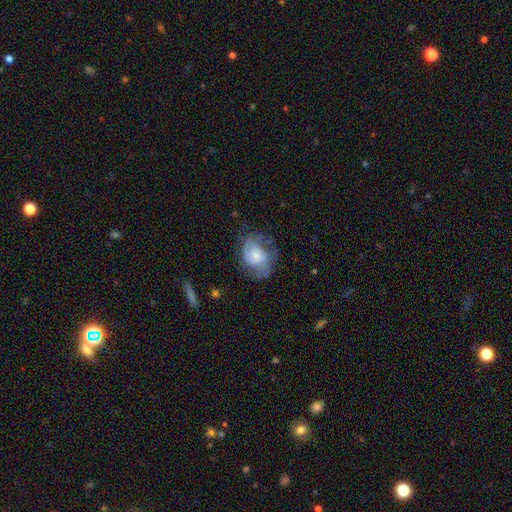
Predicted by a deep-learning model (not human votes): A featured or disk galaxy (70%) with no bar (50%), 2 (52%) medium (46%) spiral arms (87%) and a small central bulge (41%). Merging: none (56%).